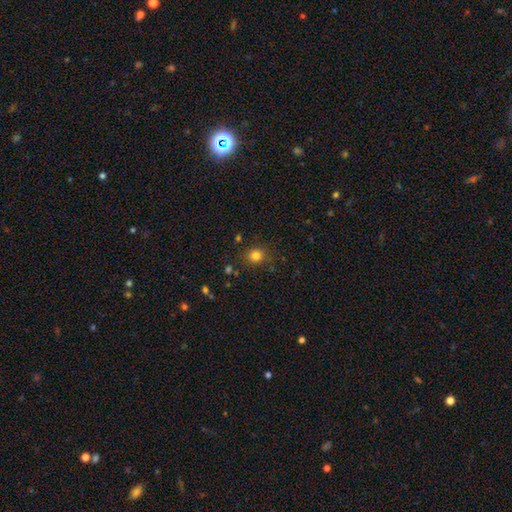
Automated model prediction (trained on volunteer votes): smooth 80%, star or artifact 14%, featured or disk 5%. Down the decision tree: how rounded — round (82%); merging — none (84%).